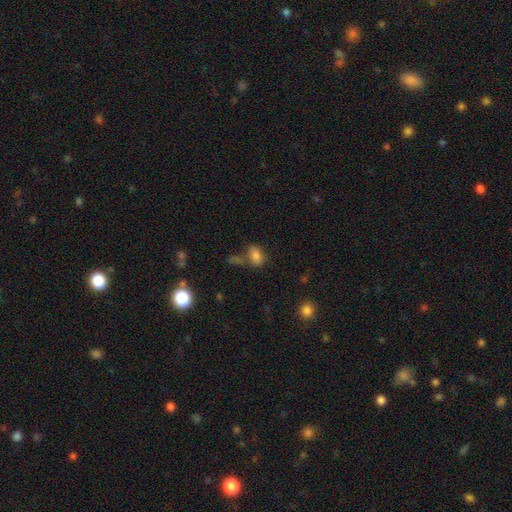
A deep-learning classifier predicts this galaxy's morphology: Q: Smooth or featured?
A: smooth (80%); runner-up: star or artifact (12%)
Q: How rounded?
A: in between (87%); runner-up: round (10%)
Q: Merging?
A: none (53%); runner-up: merger (23%)